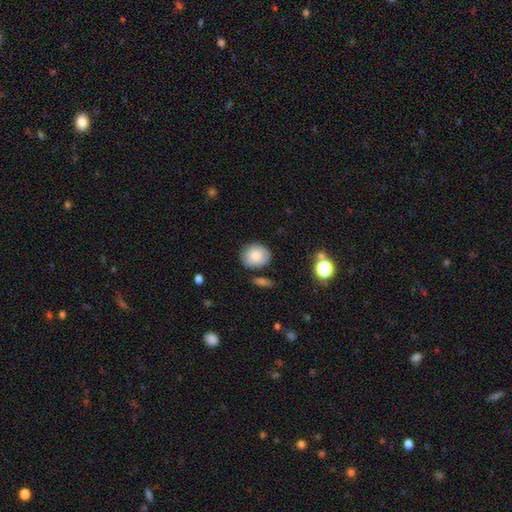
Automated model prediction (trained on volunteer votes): Morphology: type=smooth (83%); roundness=round (67%); merging=none (78%).